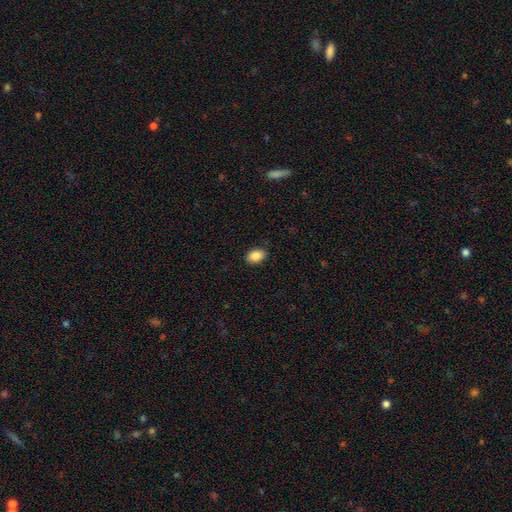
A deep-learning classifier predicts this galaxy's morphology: Q: Smooth or featured?
A: smooth (89%); runner-up: star or artifact (7%)
Q: How rounded?
A: in between (87%); runner-up: round (11%)
Q: Merging?
A: none (87%); runner-up: minor disturbance (10%)